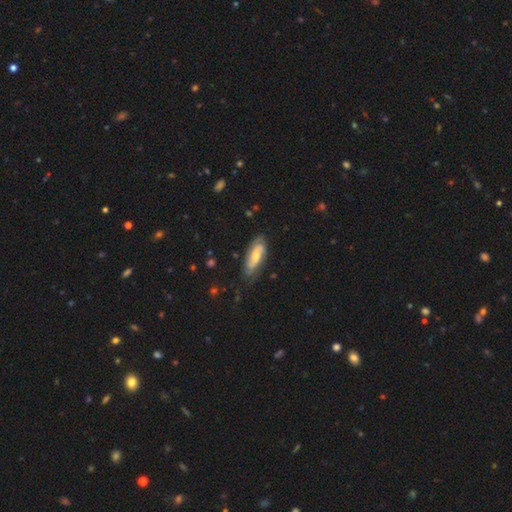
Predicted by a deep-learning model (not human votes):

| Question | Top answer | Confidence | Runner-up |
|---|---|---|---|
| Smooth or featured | featured or disk | 53% | smooth (40%) |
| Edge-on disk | no | 83% | yes (17%) |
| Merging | none | 71% | minor disturbance (21%) |